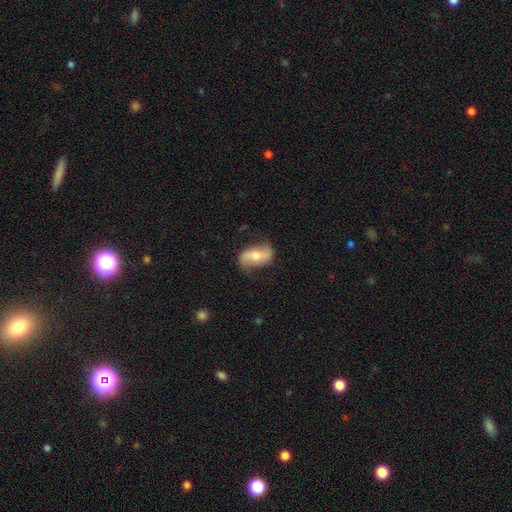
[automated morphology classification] Overall: featured or disk (57%; smooth 37%). Edge-on disk: no (93%). Bar: no (43%; weak 34%). Spiral arms: yes (83%). Bulge size: moderate (59%; small 26%). Merging: none (69%).